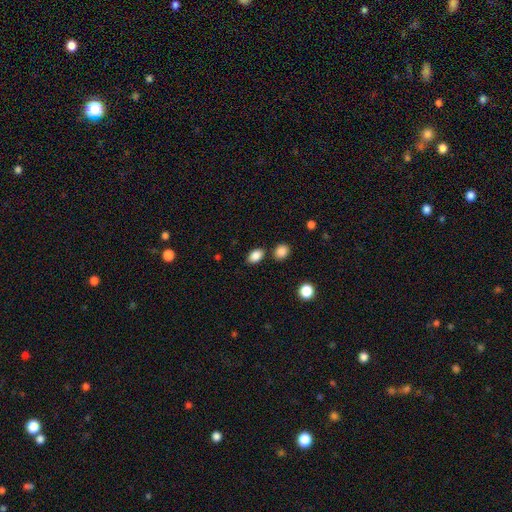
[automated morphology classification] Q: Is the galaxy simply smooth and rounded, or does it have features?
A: smooth — 86%.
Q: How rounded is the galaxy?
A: in between — 82%.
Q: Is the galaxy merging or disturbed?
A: none — 76%.